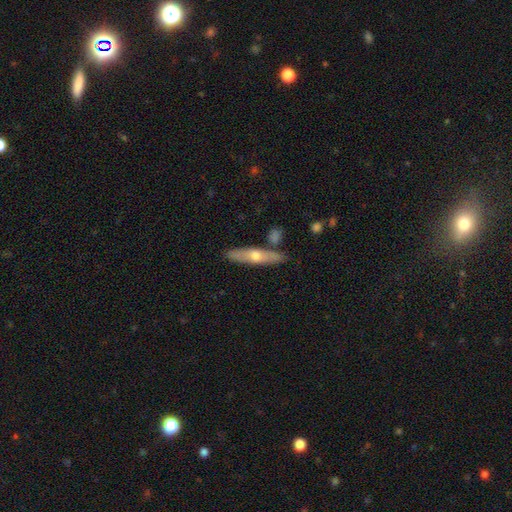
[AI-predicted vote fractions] smooth_or_featured: featured or disk (p=0.52) [alt: smooth p=0.42]
disk_edge_on: yes (p=0.79) [alt: no p=0.21]
merging: none (p=0.81) [alt: minor disturbance p=0.11]